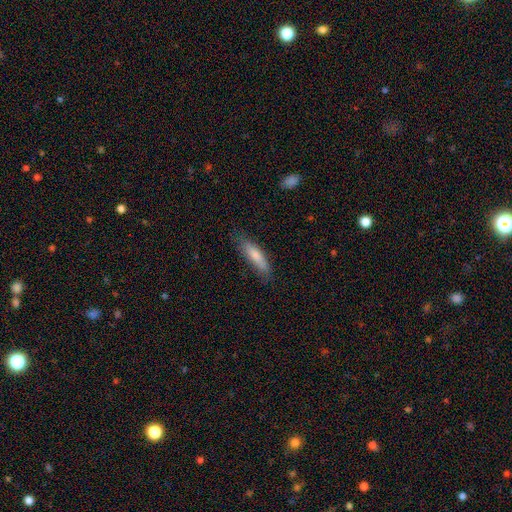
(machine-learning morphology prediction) Overall: smooth (77%). How rounded: cigar-shaped (73%). Merging: none (76%).